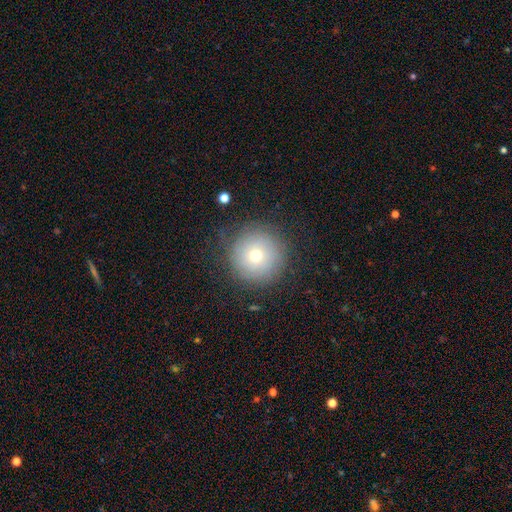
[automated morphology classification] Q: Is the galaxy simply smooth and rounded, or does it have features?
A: smooth — 65%.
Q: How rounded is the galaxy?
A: round — 96%.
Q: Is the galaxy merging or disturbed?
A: none — 80%.